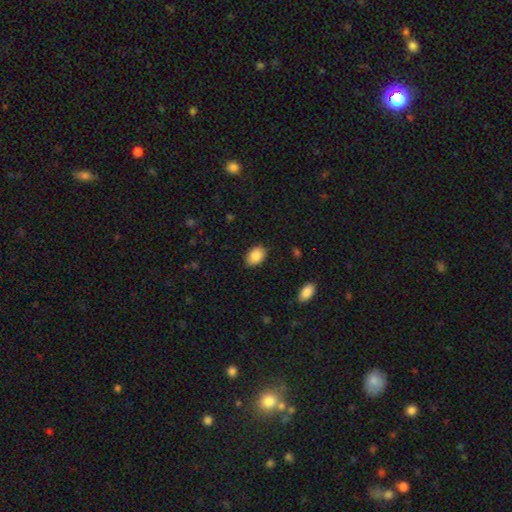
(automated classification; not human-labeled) Smooth or featured: smooth — 88% (star or artifact — 7%)
How rounded: in between — 83% (round — 16%)
Merging: none — 85% (minor disturbance — 12%)